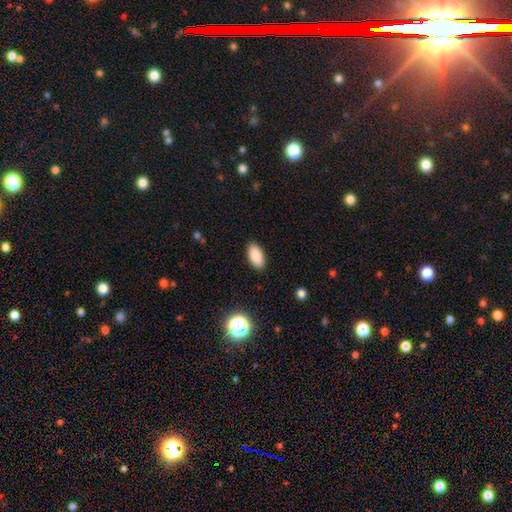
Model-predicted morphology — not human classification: A smooth galaxy with no disk features (88%) that is in between round and cigar-shaped (93%). Merging: none (89%).